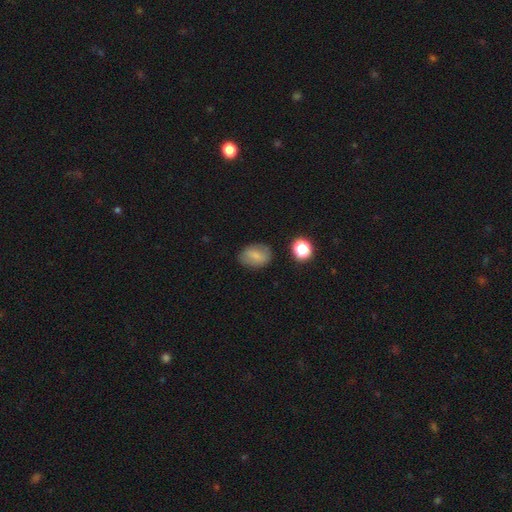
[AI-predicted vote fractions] This appears to be a smooth galaxy with no disk features (71%) that is in between round and cigar-shaped (73%). Merging: none (77%).